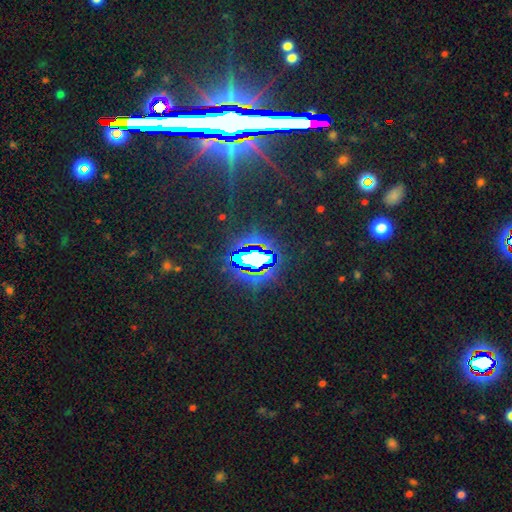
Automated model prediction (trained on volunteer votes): smooth_or_featured: star or artifact (p=0.78) [alt: featured or disk p=0.11]